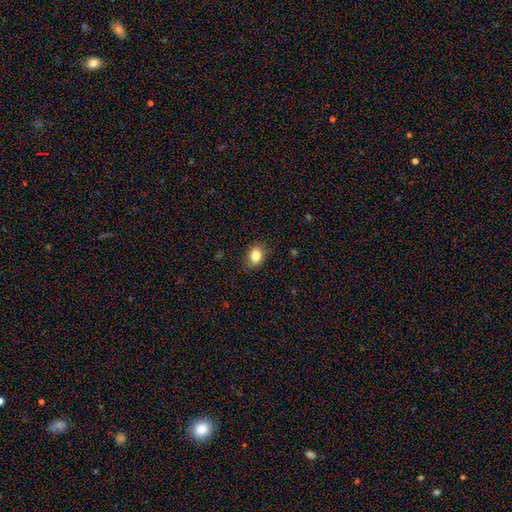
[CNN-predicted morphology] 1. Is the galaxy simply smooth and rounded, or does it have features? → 84% smooth, 9% star or artifact, 7% featured or disk.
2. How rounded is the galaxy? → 66% in between, 33% round, 1% cigar-shaped.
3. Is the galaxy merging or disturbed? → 82% none, 14% minor disturbance, 3% major disturbance, 1% merger.